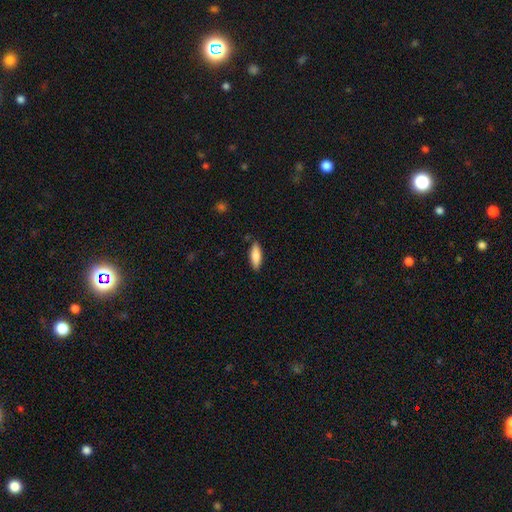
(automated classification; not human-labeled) Smooth or featured? smooth (81%)
How rounded? in between (58%)
Merging? none (84%)